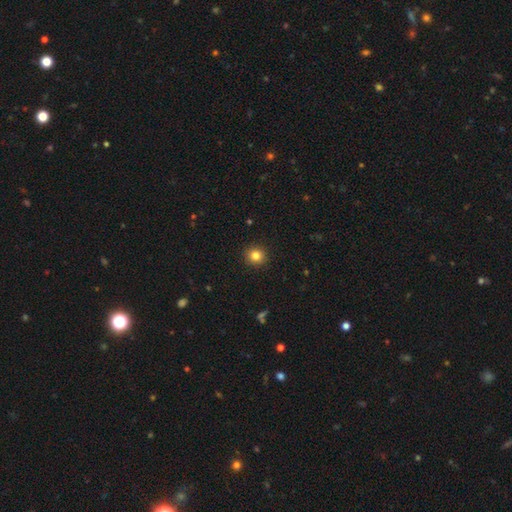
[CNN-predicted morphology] type=smooth (83%); roundness=round (91%); merging=none (92%).